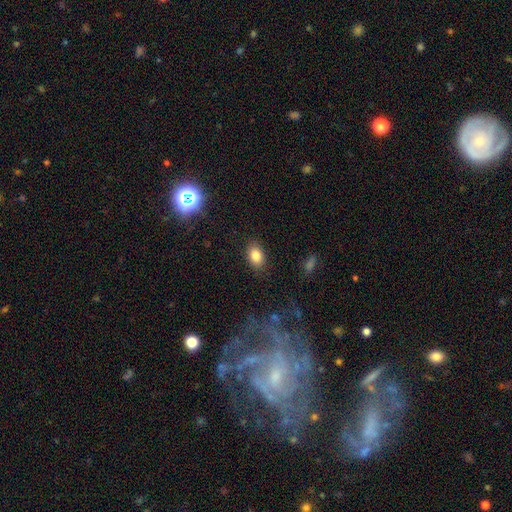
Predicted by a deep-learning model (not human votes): Smooth or featured: smooth — 83% (star or artifact — 10%)
How rounded: in between — 83% (round — 16%)
Merging: none — 86% (minor disturbance — 10%)